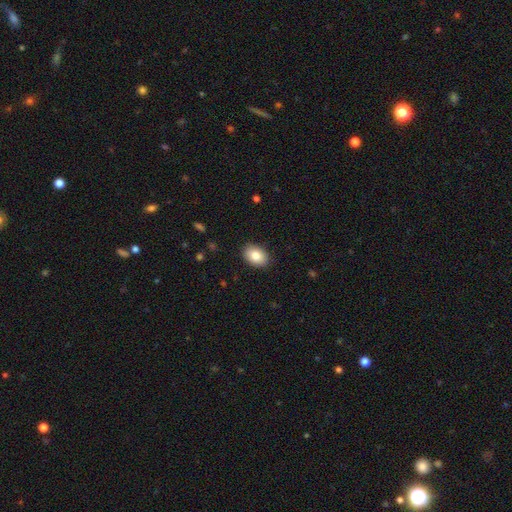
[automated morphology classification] A smooth galaxy with no disk features (84%) that is in between round and cigar-shaped (82%). Merging: none (88%).